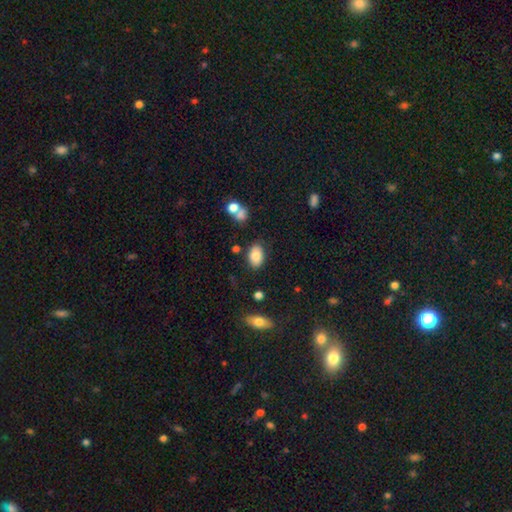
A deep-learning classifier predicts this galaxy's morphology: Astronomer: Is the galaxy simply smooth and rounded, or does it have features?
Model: smooth — 82%.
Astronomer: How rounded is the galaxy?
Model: in between — 89%.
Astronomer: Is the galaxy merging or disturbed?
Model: none — 78%.